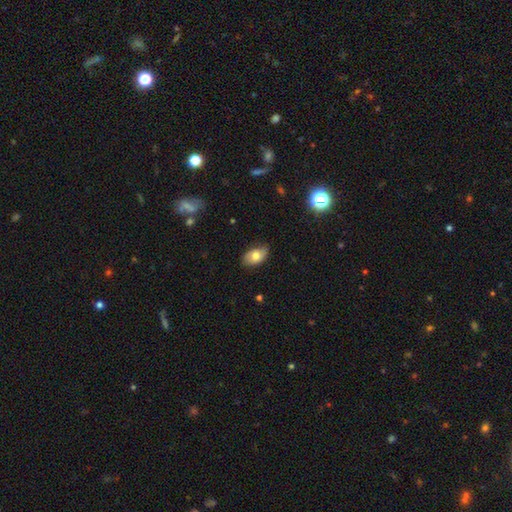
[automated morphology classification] smooth_or_featured: smooth (p=0.72) [alt: featured or disk p=0.21]
how_rounded: in between (p=0.92) [alt: round p=0.06]
merging: none (p=0.75) [alt: minor disturbance p=0.21]